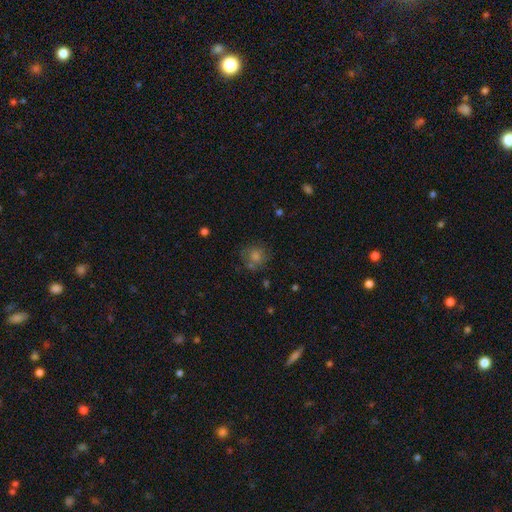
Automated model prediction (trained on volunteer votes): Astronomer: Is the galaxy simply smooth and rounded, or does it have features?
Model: smooth — 58%.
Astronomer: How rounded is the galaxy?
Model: round — 85%.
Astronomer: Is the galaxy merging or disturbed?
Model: none — 70%.